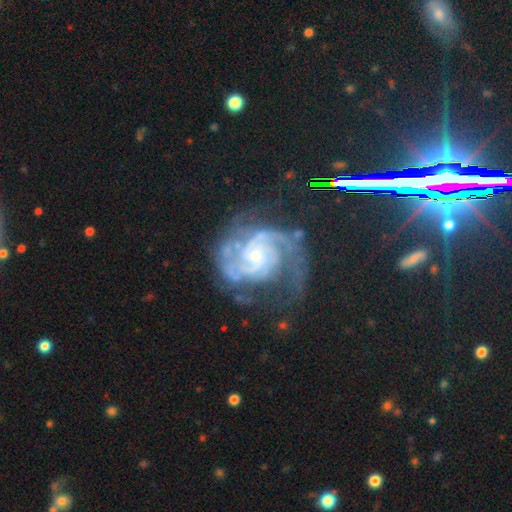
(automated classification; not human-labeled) A featured or disk galaxy (90%) with no bar (64%), 2 (59%) tight (50%) spiral arms (98%) and a small central bulge (73%).

Vote fractions:
- Smooth or featured? featured or disk: 90% / star or artifact: 6% / smooth: 4%
- Edge-on disk? no: 98% / yes: 2%
- Bar? no: 64% / weak: 29% / strong: 7%
- Spiral arms? yes: 98% / no: 2%
- Spiral winding? tight: 50% / medium: 41% / loose: 9%
- Spiral arm count? 2: 59% / 3: 15% / can't tell: 12% / 4: 5% / 1: 5% / more than 4: 4%
- Bulge size? small: 73% / moderate: 21% / none: 3% / large: 2% / dominant: 1%
- Merging? none: 56% / minor disturbance: 21% / major disturbance: 20% / merger: 3%